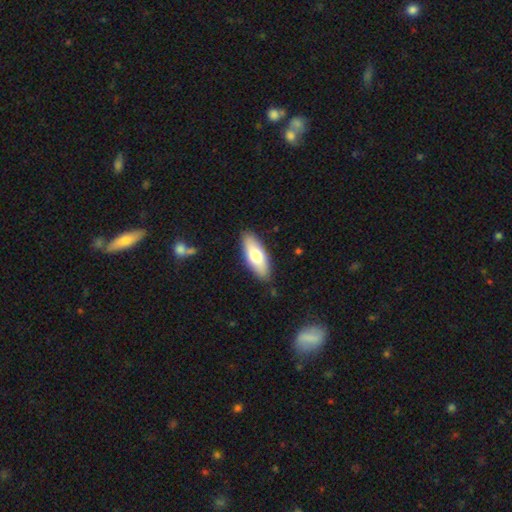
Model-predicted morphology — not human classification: smooth-or-featured: smooth: 72% | featured or disk: 23% | star or artifact: 5%
  how-rounded: in between: 73% | cigar-shaped: 25% | round: 2%
  merging: none: 88% | minor disturbance: 9% | major disturbance: 2% | merger: 1%